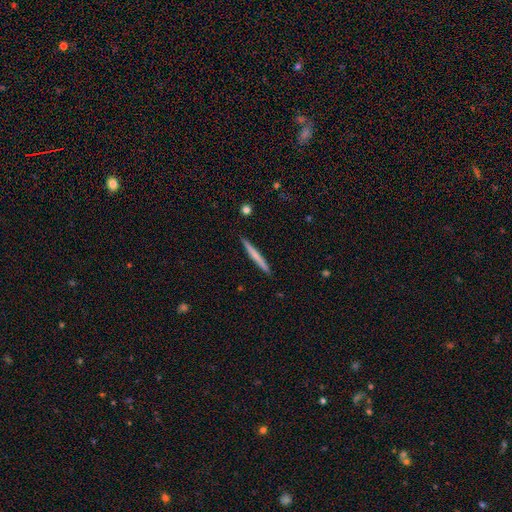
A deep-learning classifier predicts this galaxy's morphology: This is likely a smooth galaxy (61%). How rounded: clearly cigar-shaped (97%). Merging: clearly none (91%).